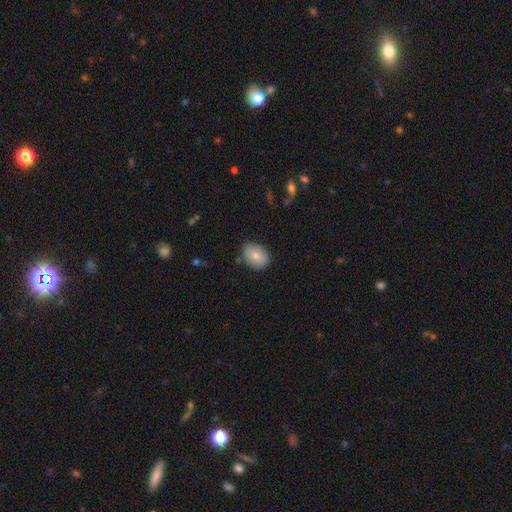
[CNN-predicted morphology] Smooth or featured?
  - smooth: 80% *
  - featured or disk: 12%
  - star or artifact: 7%
How rounded?
  - in between: 68% *
  - round: 31%
  - cigar-shaped: 1%
Merging?
  - none: 82% *
  - minor disturbance: 14%
  - major disturbance: 3%
  - merger: 2%